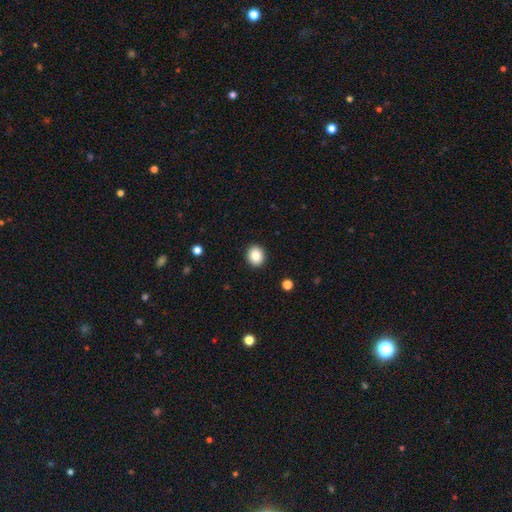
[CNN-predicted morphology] type=smooth (86%); roundness=round (75%); merging=none (92%).